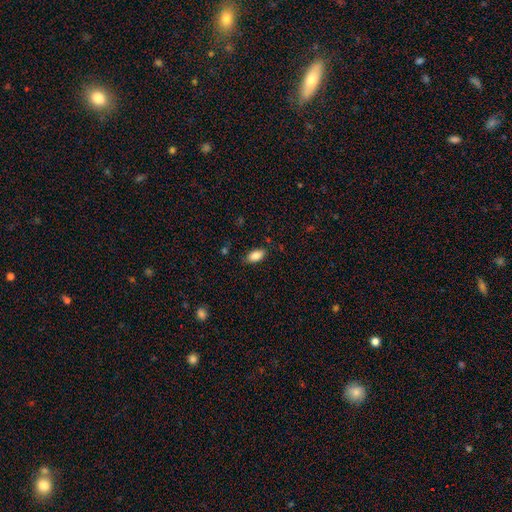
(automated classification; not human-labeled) Q: Smooth or featured?
A: smooth (86%); runner-up: star or artifact (8%)
Q: How rounded?
A: in between (92%); runner-up: cigar-shaped (5%)
Q: Merging?
A: none (83%); runner-up: minor disturbance (13%)